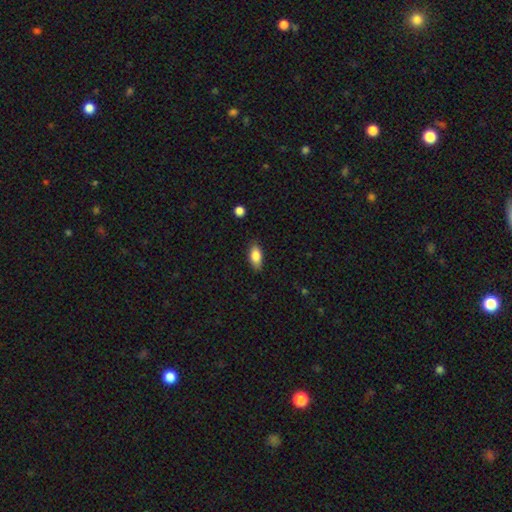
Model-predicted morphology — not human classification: Smooth or featured: smooth — 85% (featured or disk — 8%)
How rounded: in between — 88% (cigar-shaped — 8%)
Merging: none — 83% (minor disturbance — 13%)